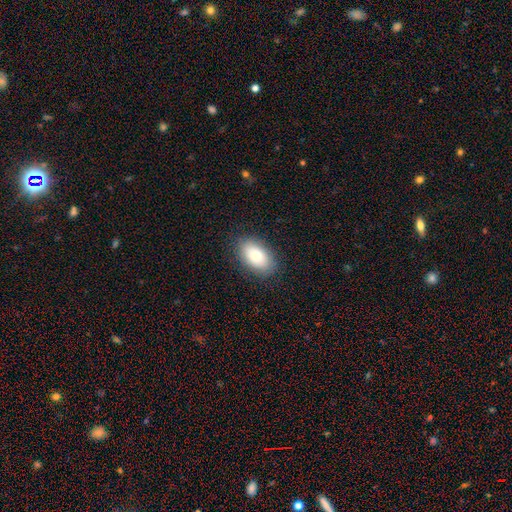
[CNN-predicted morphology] Overall: smooth (77%). How rounded: in between (91%). Merging: none (86%).